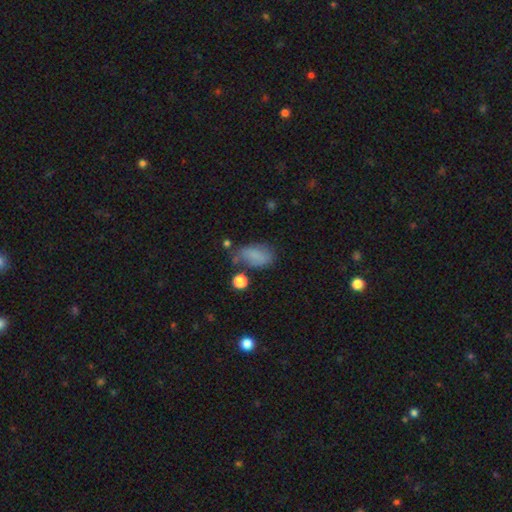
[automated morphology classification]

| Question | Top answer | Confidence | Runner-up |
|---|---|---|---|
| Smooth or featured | smooth | 76% | featured or disk (13%) |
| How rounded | in between | 89% | round (9%) |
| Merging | none | 47% | minor disturbance (30%) |